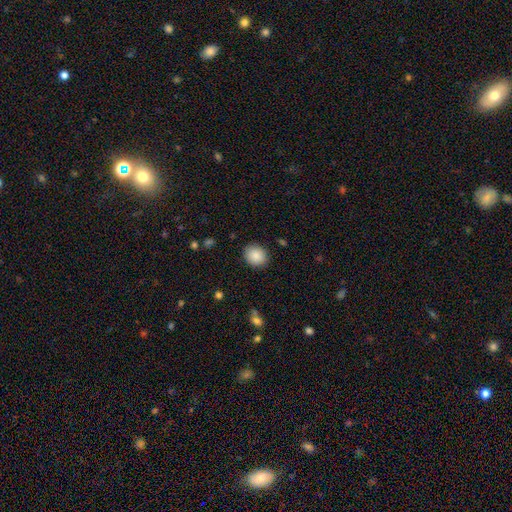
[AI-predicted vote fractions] Q: Smooth or featured?
A: smooth (88%); runner-up: star or artifact (8%)
Q: How rounded?
A: round (72%); runner-up: in between (27%)
Q: Merging?
A: none (88%); runner-up: minor disturbance (9%)